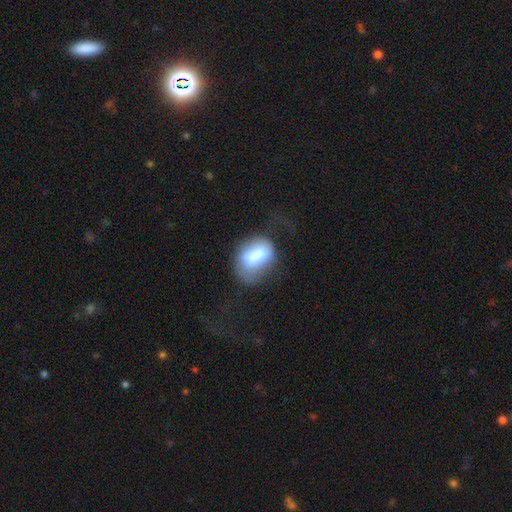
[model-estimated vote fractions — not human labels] A smooth galaxy with no disk features (67%) that is in between round and cigar-shaped (72%). Merging: major disturbance (34%).